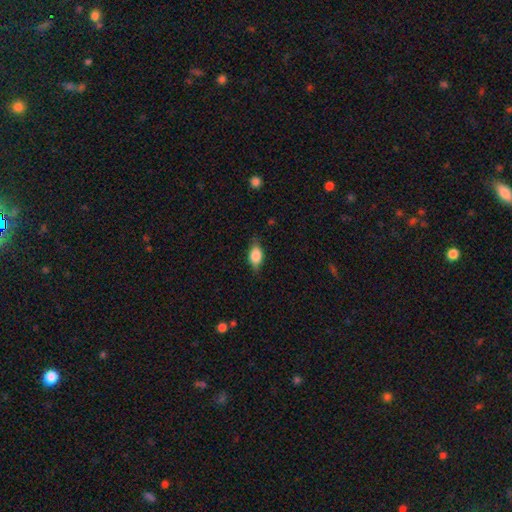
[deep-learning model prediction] Morphology: type=smooth (77%); roundness=in between (84%); merging=none (76%).